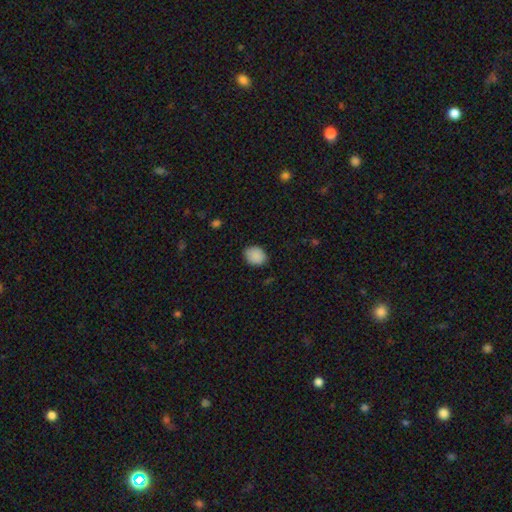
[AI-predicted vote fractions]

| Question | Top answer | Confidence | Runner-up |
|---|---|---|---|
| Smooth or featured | smooth | 88% | star or artifact (8%) |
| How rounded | in between | 53% | round (46%) |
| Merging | none | 81% | minor disturbance (15%) |